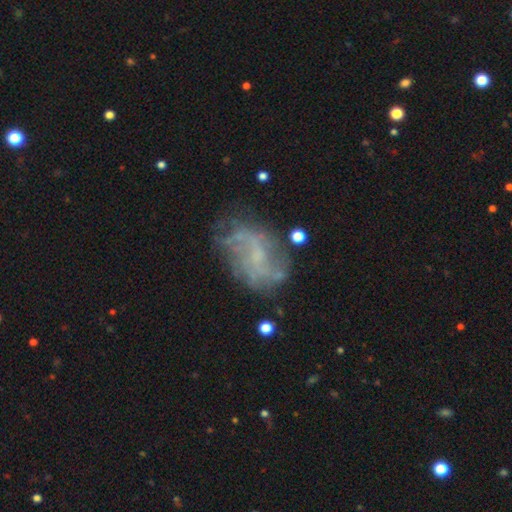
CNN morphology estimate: featured or disk 67%, smooth 19%, star or artifact 14%. Down the decision tree: edge-on disk — no (97%); bar — no (54%); spiral arms — yes (70%); bulge size — small (57%); merging — none (61%).